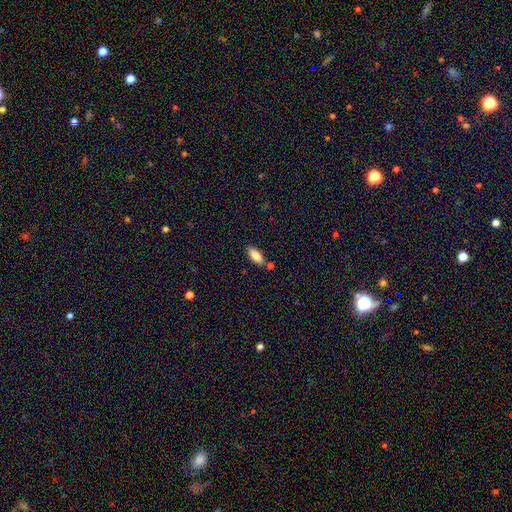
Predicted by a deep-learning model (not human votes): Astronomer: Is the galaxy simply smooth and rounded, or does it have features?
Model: smooth — 85%.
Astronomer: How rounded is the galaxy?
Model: in between — 79%.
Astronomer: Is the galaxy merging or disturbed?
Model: none — 74%.